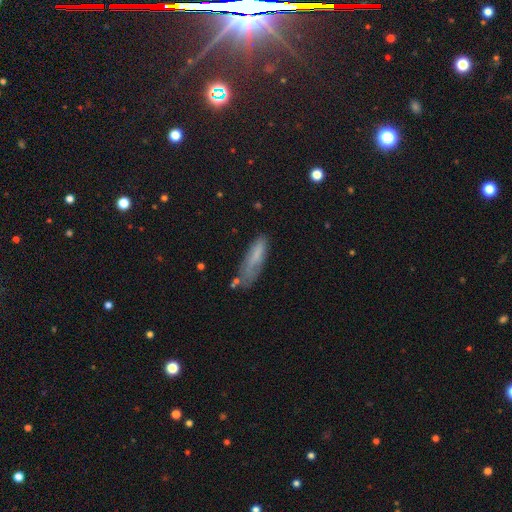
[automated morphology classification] Smooth or featured? Predicted: smooth (p=0.71). How rounded? Predicted: cigar-shaped (p=0.62). Merging? Predicted: none (p=0.49).